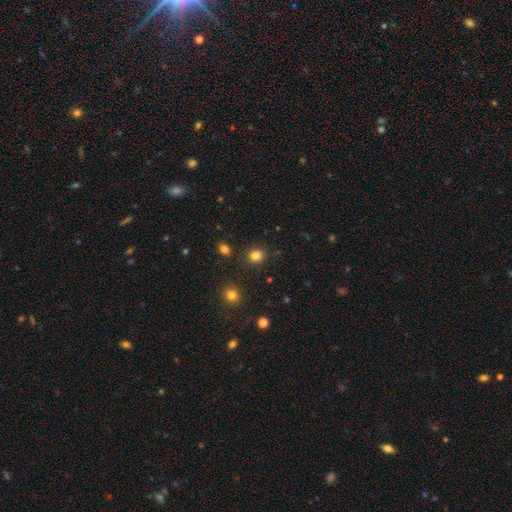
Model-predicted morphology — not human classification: Q: Smooth or featured?
A: smooth (84%); runner-up: star or artifact (12%)
Q: How rounded?
A: round (76%); runner-up: in between (24%)
Q: Merging?
A: none (88%); runner-up: minor disturbance (7%)